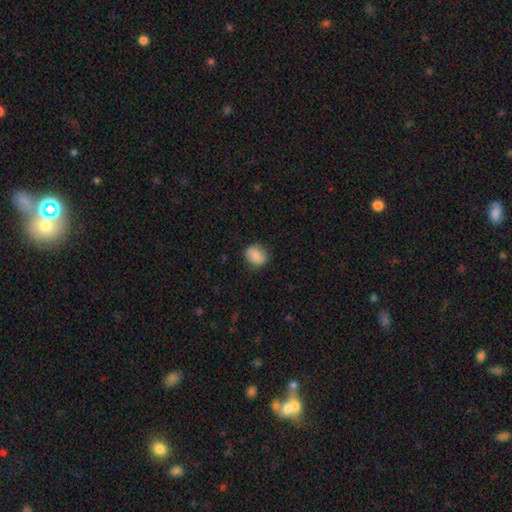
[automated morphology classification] Q: Smooth or featured?
A: smooth (82%); runner-up: featured or disk (10%)
Q: How rounded?
A: round (68%); runner-up: in between (31%)
Q: Merging?
A: none (82%); runner-up: minor disturbance (14%)